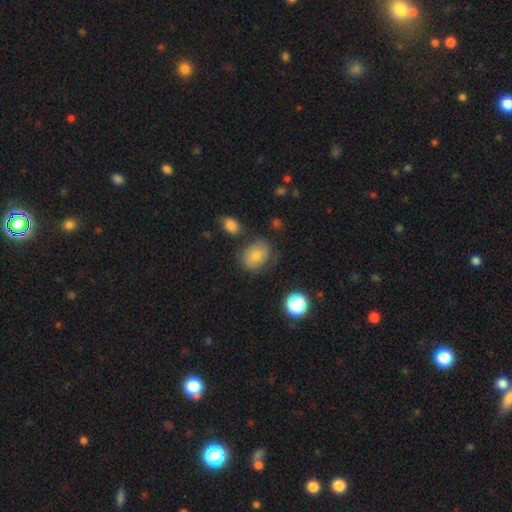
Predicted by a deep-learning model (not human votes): Smooth or featured: smooth — 72% (featured or disk — 17%)
How rounded: in between — 61% (round — 38%)
Merging: none — 71% (minor disturbance — 19%)